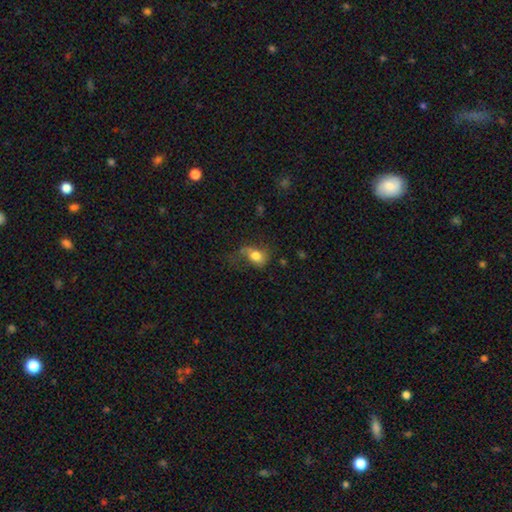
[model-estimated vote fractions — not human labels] The model was most divided on "merging": major disturbance: 35%, none: 34%, minor disturbance: 28%, merger: 4%. More confident: smooth or featured — smooth (73%); how rounded — in between (72%).